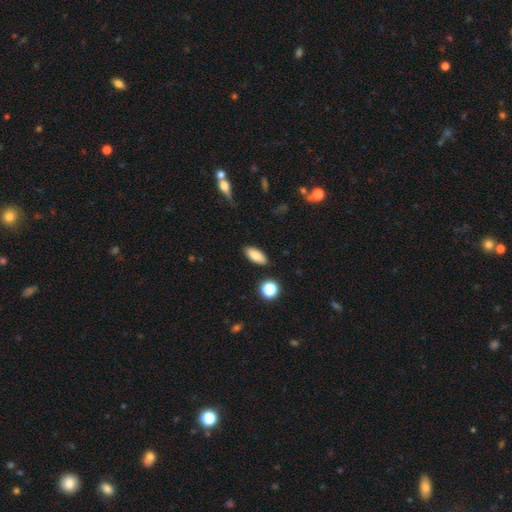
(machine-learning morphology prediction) Smooth or featured? smooth (82%)
How rounded? in between (83%)
Merging? none (88%)